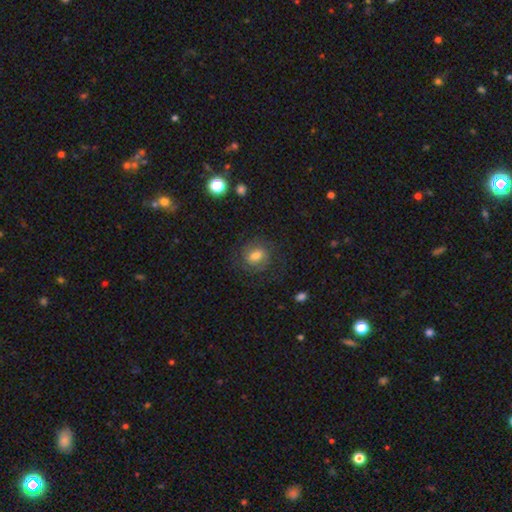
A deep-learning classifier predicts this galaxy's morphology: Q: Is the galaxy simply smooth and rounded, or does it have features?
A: smooth — 52%.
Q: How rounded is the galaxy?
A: round — 60%.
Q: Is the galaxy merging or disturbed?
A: none — 71%.